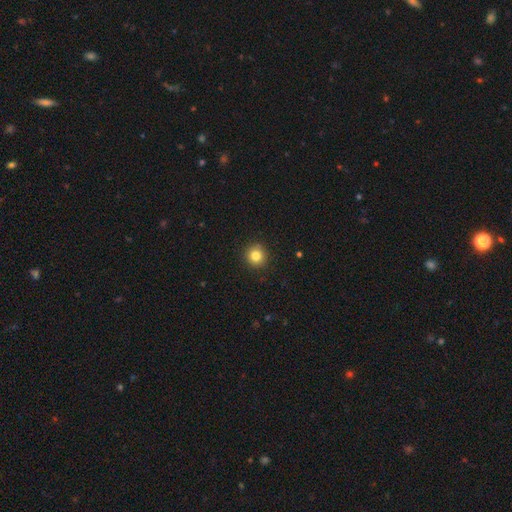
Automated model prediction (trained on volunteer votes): Smooth or featured? Predicted: smooth (p=0.82). How rounded? Predicted: round (p=0.94). Merging? Predicted: none (p=0.91).